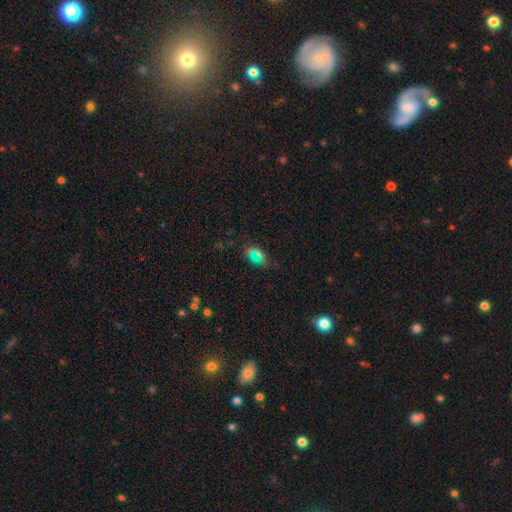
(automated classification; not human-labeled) Morphology: type=smooth (49%); merging=none (73%).